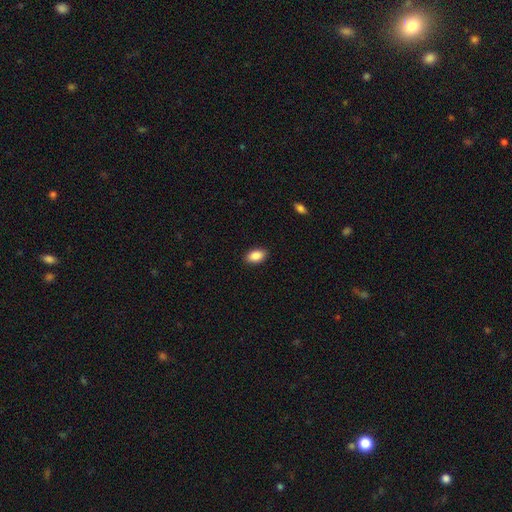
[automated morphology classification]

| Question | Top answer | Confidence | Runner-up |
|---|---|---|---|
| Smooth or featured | smooth | 89% | star or artifact (7%) |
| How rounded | in between | 92% | round (6%) |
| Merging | none | 89% | minor disturbance (8%) |